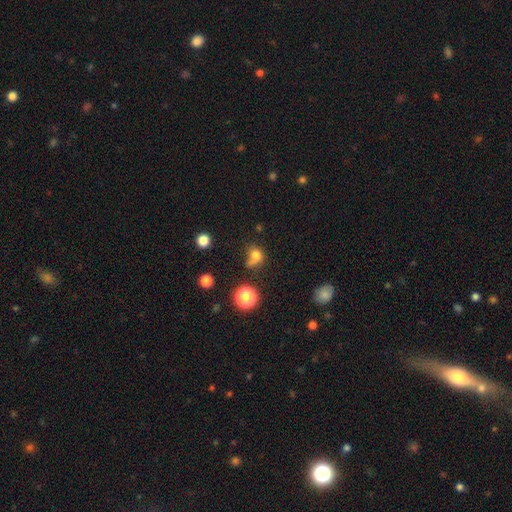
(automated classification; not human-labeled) Q: Smooth or featured?
A: smooth (74%); runner-up: star or artifact (16%)
Q: How rounded?
A: round (68%); runner-up: in between (30%)
Q: Merging?
A: none (42%); runner-up: merger (28%)